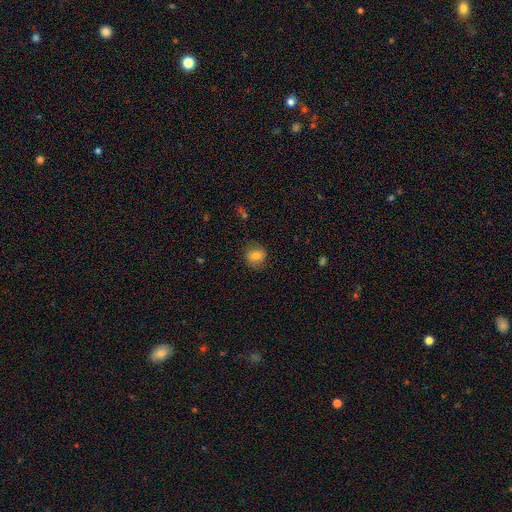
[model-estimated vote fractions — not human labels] Smooth or featured: smooth — 75% (featured or disk — 15%)
How rounded: round — 74% (in between — 25%)
Merging: none — 81% (minor disturbance — 14%)